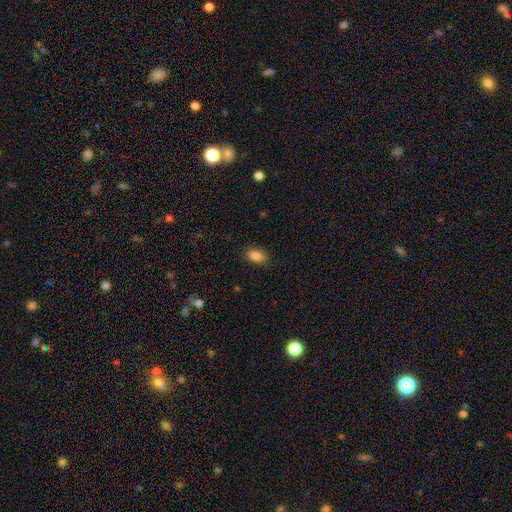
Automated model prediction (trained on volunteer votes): Smooth or featured? Predicted: smooth (p=0.88). How rounded? Predicted: in between (p=0.90). Merging? Predicted: none (p=0.88).